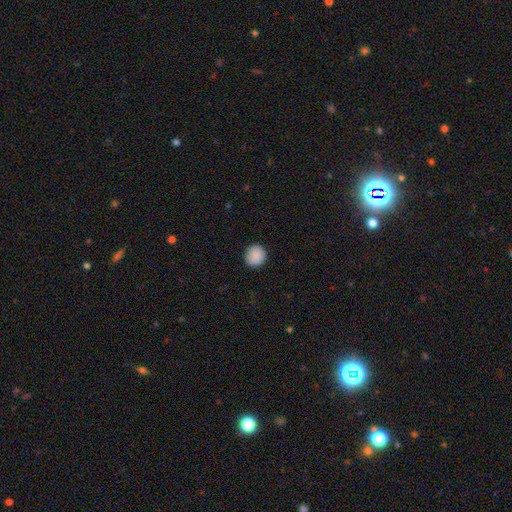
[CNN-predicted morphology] Overall: smooth (89%). How rounded: round (90%). Merging: none (91%).